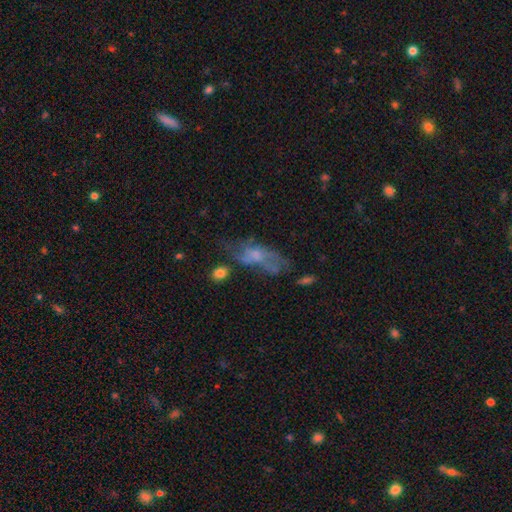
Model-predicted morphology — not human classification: smooth_or_featured: featured or disk (p=0.48) [alt: smooth p=0.40]
merging: major disturbance (p=0.33) [alt: none p=0.32]